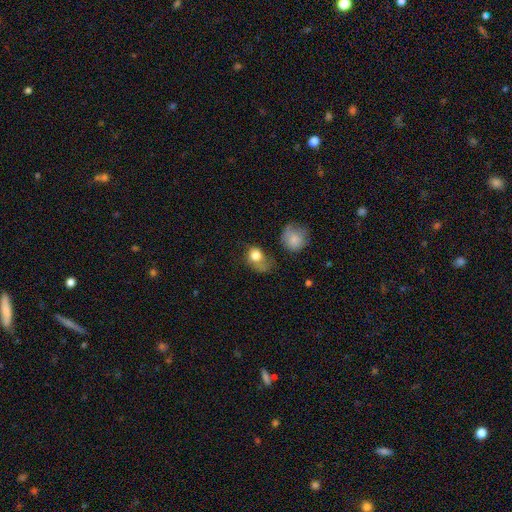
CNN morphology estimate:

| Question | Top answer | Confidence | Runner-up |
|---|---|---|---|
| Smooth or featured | smooth | 76% | featured or disk (14%) |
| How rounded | round | 53% | in between (46%) |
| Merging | major disturbance | 33% | none (30%) |